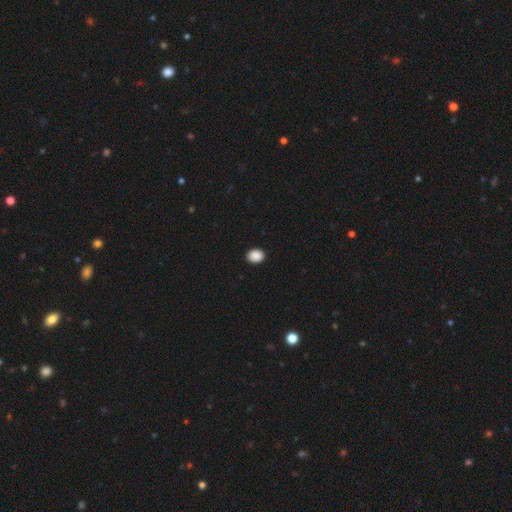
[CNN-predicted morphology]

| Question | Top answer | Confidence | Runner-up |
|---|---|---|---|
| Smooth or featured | smooth | 90% | star or artifact (8%) |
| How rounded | in between | 57% | round (42%) |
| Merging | none | 91% | minor disturbance (6%) |